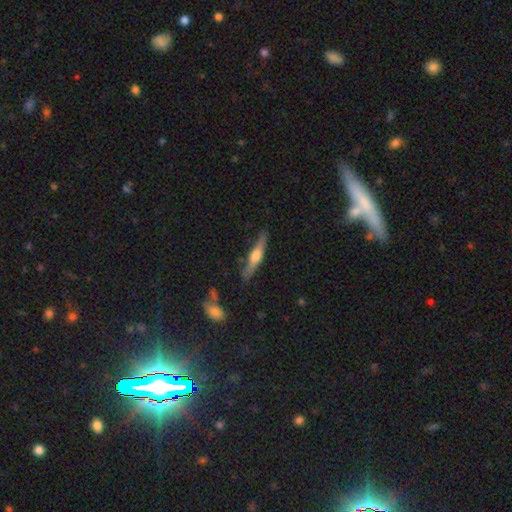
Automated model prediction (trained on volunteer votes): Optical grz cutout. It shows a featured or disk galaxy (62%) viewed edge-on (96%) with a rounded central bulge (88%). Merging: none (82%).